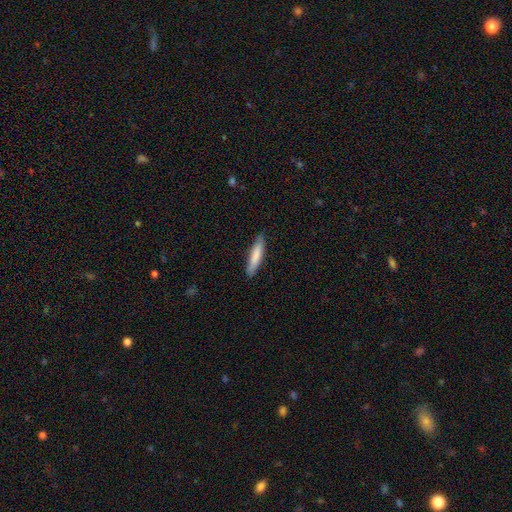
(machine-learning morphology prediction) A smooth galaxy with no disk features (79%) that is cigar-shaped (84%).

Vote fractions:
- Smooth or featured? smooth: 79% / featured or disk: 15% / star or artifact: 5%
- How rounded? cigar-shaped: 84% / in between: 15% / round: 1%
- Merging? none: 86% / minor disturbance: 11% / major disturbance: 2% / merger: 1%